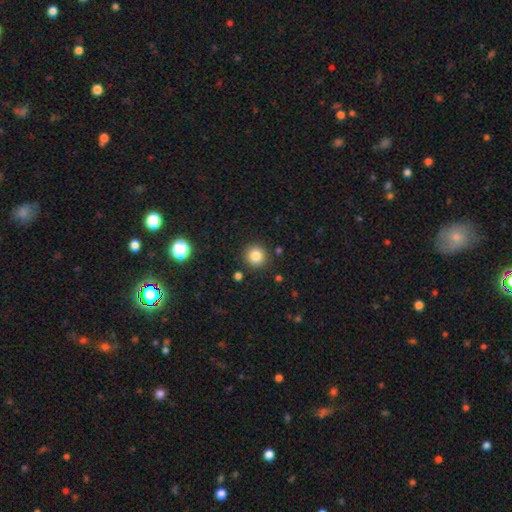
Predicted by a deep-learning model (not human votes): smooth_or_featured: smooth (p=0.83) [alt: star or artifact p=0.11]
how_rounded: round (p=0.93) [alt: in between p=0.06]
merging: none (p=0.89) [alt: minor disturbance p=0.06]